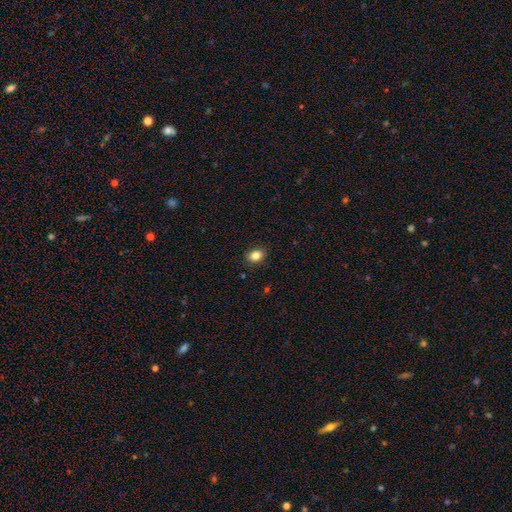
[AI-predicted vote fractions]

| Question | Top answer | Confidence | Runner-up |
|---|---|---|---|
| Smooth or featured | smooth | 85% | star or artifact (10%) |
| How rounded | in between | 58% | round (41%) |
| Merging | none | 88% | minor disturbance (9%) |